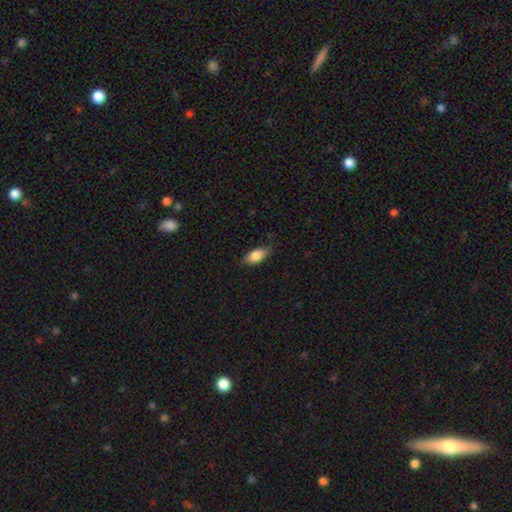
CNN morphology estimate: smooth_or_featured: smooth (p=0.79) [alt: featured or disk p=0.14]
how_rounded: in between (p=0.83) [alt: cigar-shaped p=0.13]
merging: none (p=0.81) [alt: minor disturbance p=0.15]